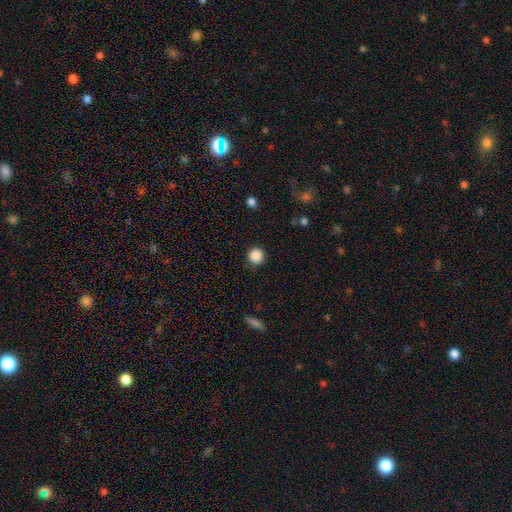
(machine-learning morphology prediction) smooth_or_featured: smooth (p=0.88) [alt: star or artifact p=0.10]
how_rounded: round (p=0.93) [alt: in between p=0.06]
merging: none (p=0.88) [alt: minor disturbance p=0.08]